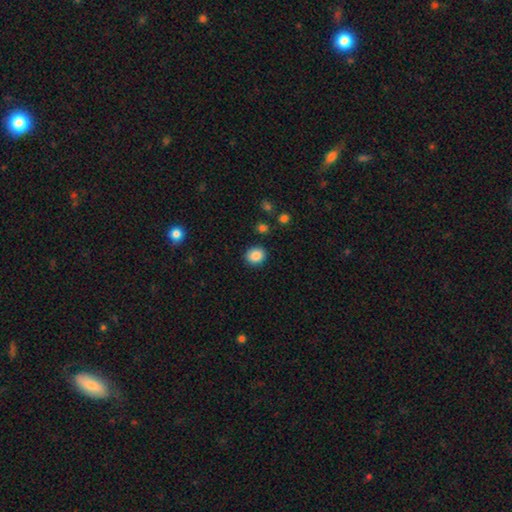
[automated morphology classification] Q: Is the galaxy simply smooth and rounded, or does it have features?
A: smooth — 87%.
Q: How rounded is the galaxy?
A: round — 73%.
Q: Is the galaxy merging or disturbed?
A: none — 89%.